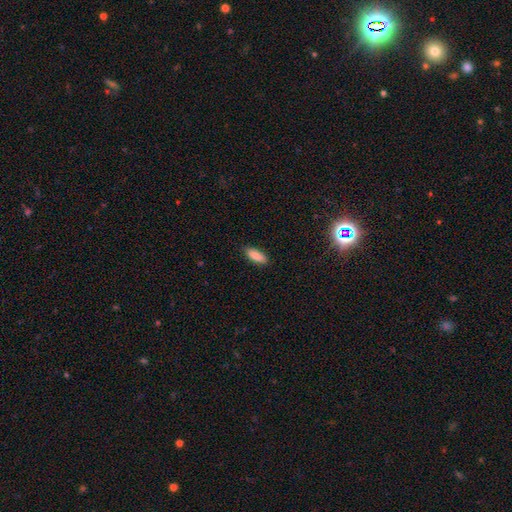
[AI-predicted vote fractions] Smooth or featured?
  - smooth: 88% *
  - star or artifact: 7%
  - featured or disk: 6%
How rounded?
  - in between: 70% *
  - cigar-shaped: 29%
  - round: 2%
Merging?
  - none: 87% *
  - minor disturbance: 10%
  - major disturbance: 2%
  - merger: 1%